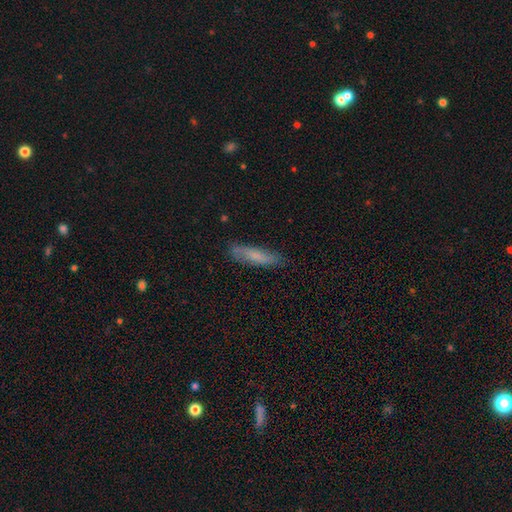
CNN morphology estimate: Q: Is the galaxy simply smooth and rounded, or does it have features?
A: smooth — 70%.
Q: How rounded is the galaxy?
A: cigar-shaped — 79%.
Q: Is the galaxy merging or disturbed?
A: none — 81%.